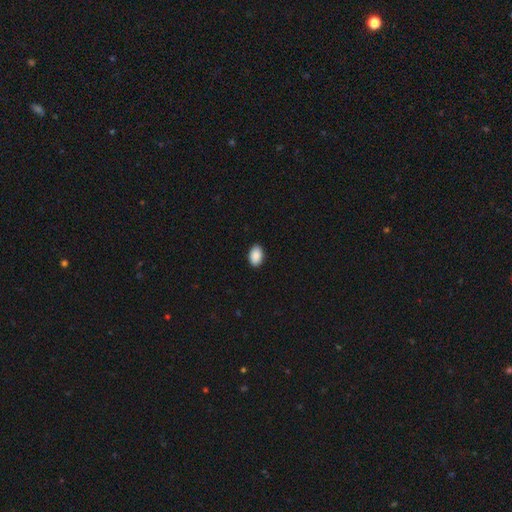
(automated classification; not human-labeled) This appears to be a smooth galaxy with no disk features (90%) that is in between round and cigar-shaped (90%). Merging: none (90%).